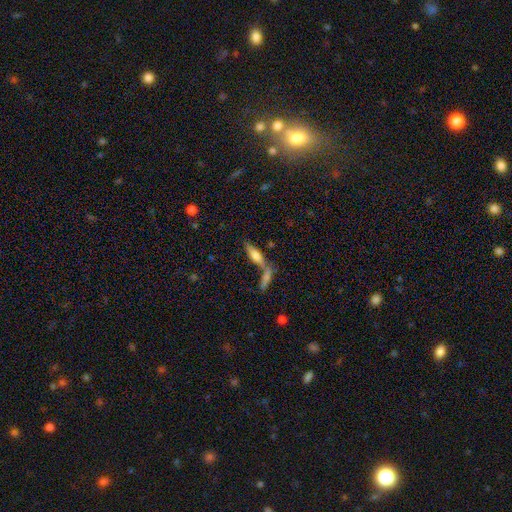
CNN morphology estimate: smooth-or-featured: smooth: 51% | featured or disk: 40% | star or artifact: 8%
  how-rounded: cigar-shaped: 63% | in between: 34% | round: 3%
  merging: none: 47% | merger: 39% | minor disturbance: 10% | major disturbance: 4%